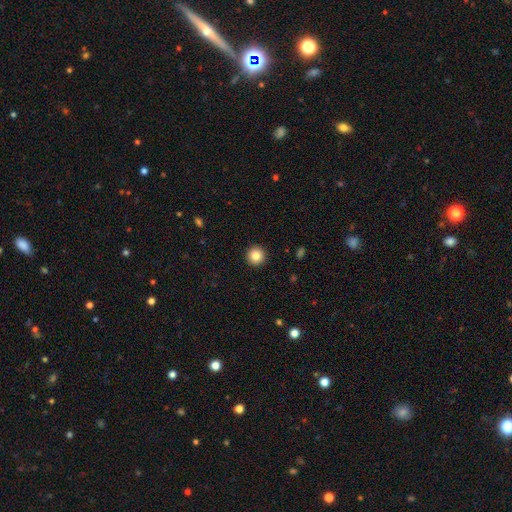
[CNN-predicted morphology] smooth 85%, star or artifact 9%, featured or disk 6%. Down the decision tree: how rounded — round (96%); merging — none (93%).